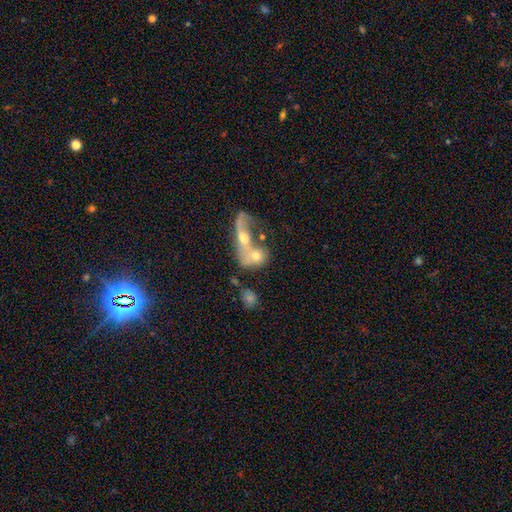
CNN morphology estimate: Smooth or featured: smooth — 56% (featured or disk — 34%)
How rounded: in between — 51% (round — 42%)
Merging: merger — 74% (none — 12%)